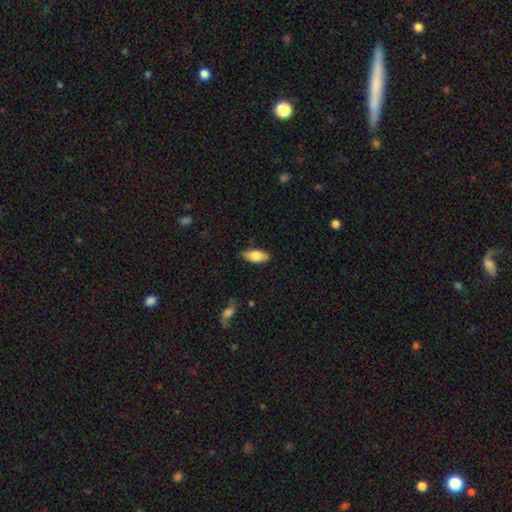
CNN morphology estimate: smooth_or_featured: smooth (p=0.78) [alt: featured or disk p=0.16]
how_rounded: in between (p=0.87) [alt: cigar-shaped p=0.11]
merging: none (p=0.85) [alt: minor disturbance p=0.12]